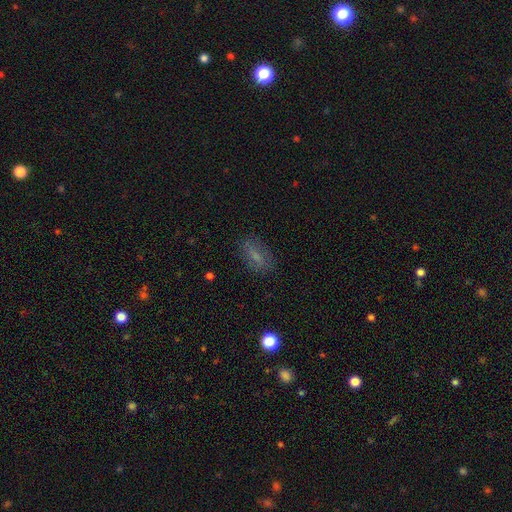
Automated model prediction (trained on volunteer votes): Q: Smooth or featured?
A: smooth (64%); runner-up: featured or disk (23%)
Q: How rounded?
A: in between (75%); runner-up: cigar-shaped (18%)
Q: Merging?
A: none (77%); runner-up: minor disturbance (15%)